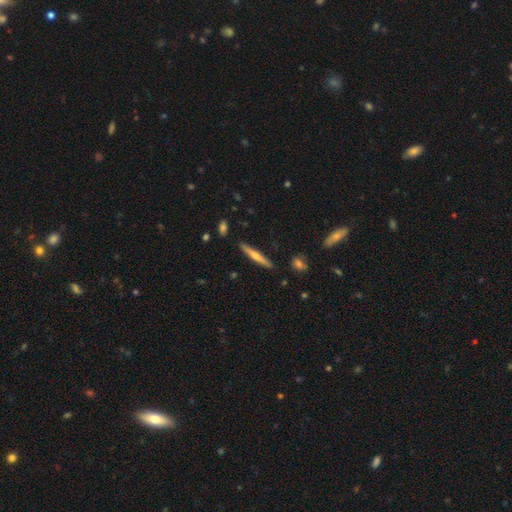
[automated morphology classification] Smooth or featured? Predicted: smooth (p=0.49). Merging? Predicted: none (p=0.89).